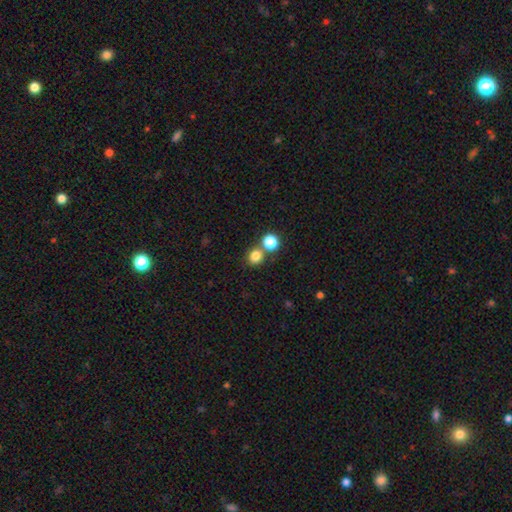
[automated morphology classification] type=smooth (81%); roundness=round (84%); merging=none (62%).